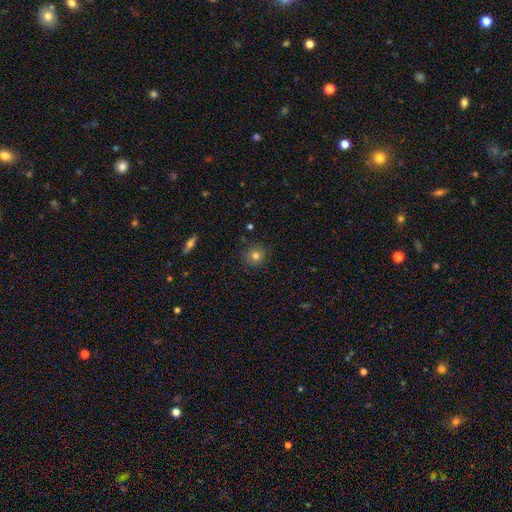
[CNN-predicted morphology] Smooth or featured: smooth — 79% (star or artifact — 13%)
How rounded: round — 90% (in between — 9%)
Merging: none — 86% (minor disturbance — 10%)